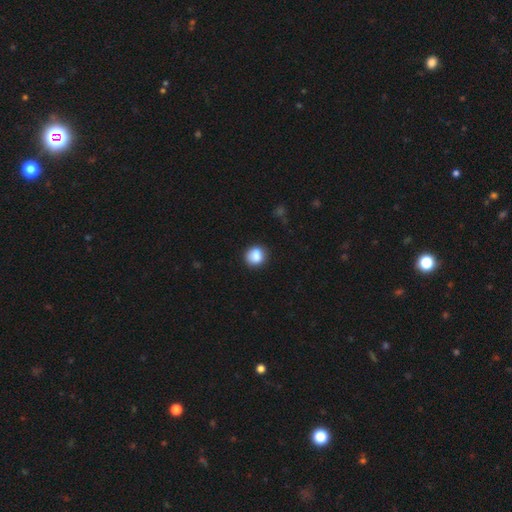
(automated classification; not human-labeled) This is clearly a smooth galaxy (85%). How rounded: likely round (79%). Merging: clearly none (81%).